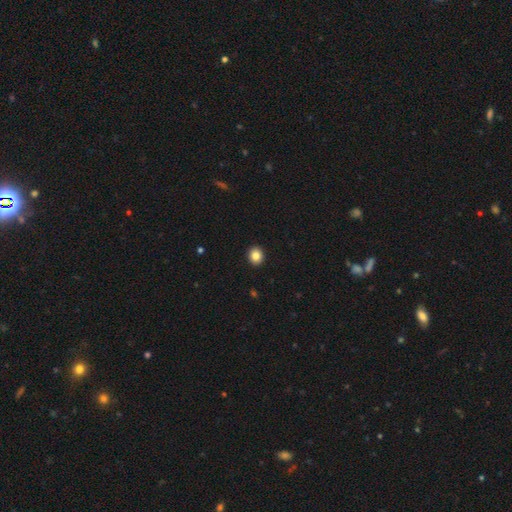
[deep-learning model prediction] smooth 85%, star or artifact 10%, featured or disk 5%. Down the decision tree: how rounded — round (76%); merging — none (93%).